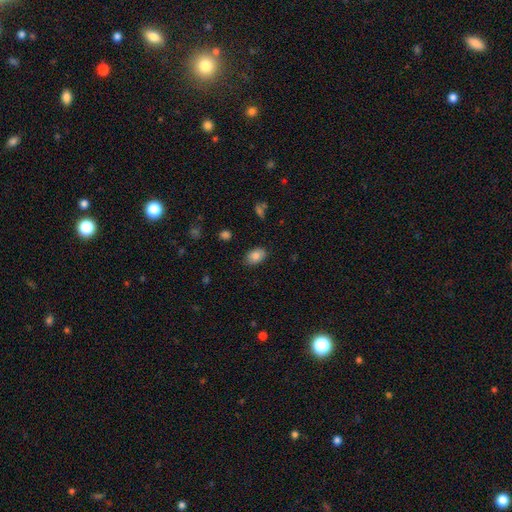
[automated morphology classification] The model was most divided on "merging": none: 84%, minor disturbance: 12%, major disturbance: 3%, merger: 1%. More confident: how rounded — in between (86%); smooth or featured — smooth (84%).